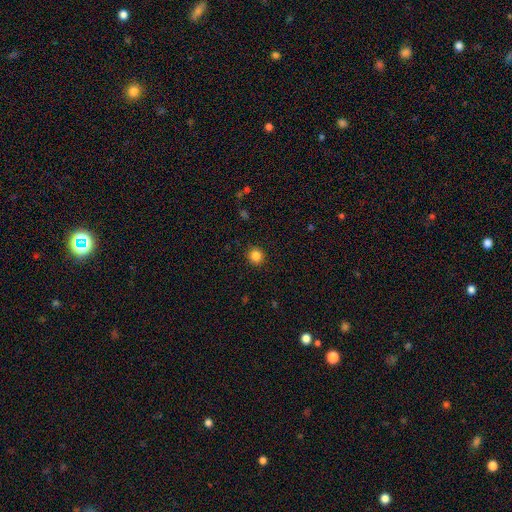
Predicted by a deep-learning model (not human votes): Smooth or featured? smooth (85%)
How rounded? round (90%)
Merging? none (92%)